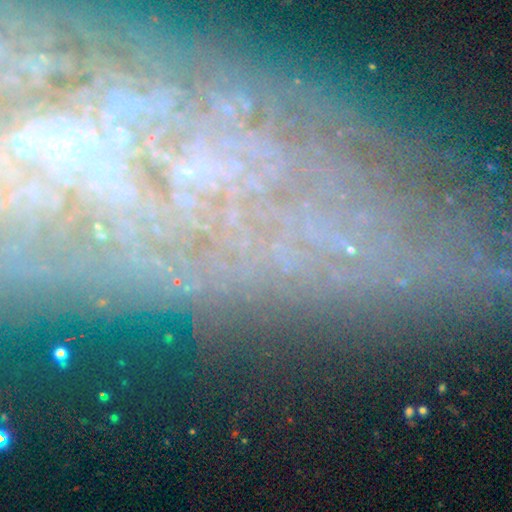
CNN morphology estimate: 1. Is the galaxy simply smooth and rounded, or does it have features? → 44% star or artifact, 39% featured or disk, 17% smooth.